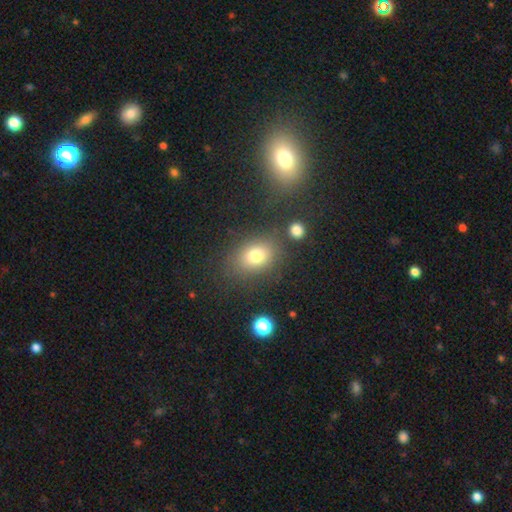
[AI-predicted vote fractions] This appears to be a smooth galaxy with no disk features (76%) that is in between round and cigar-shaped (57%). Merging: none (76%).